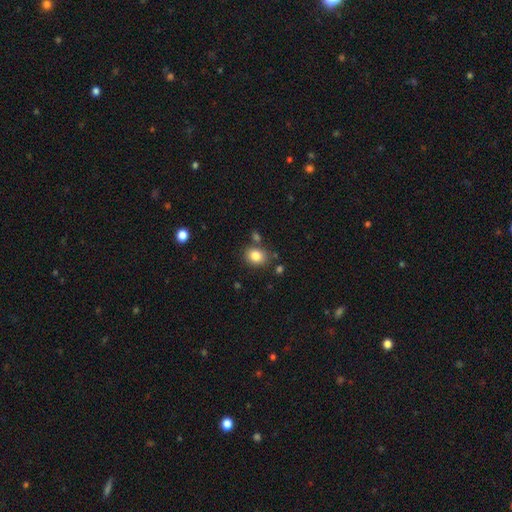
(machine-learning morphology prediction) Smooth or featured? smooth (84%)
How rounded? round (53%)
Merging? none (75%)